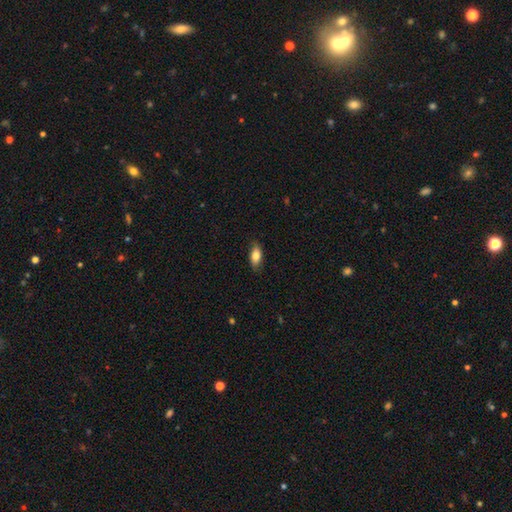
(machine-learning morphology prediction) This is likely a smooth galaxy (79%). How rounded: clearly in between (84%). Merging: clearly none (84%).